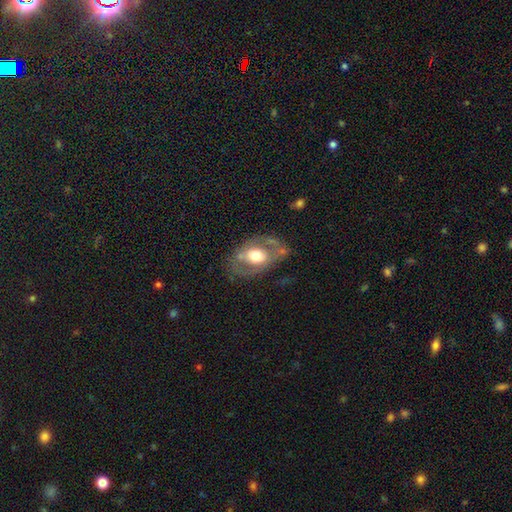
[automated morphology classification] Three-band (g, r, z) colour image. It shows a featured or disk galaxy (60%) with no bar (67%), no spiral arms (62%) and a moderate central bulge (58%). Merging: none (62%).